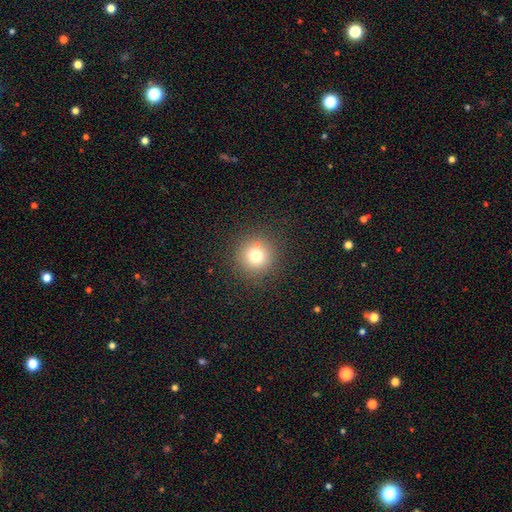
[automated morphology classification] A smooth galaxy with no disk features (74%) that is round (94%).

Vote fractions:
- Smooth or featured? smooth: 74% / star or artifact: 16% / featured or disk: 10%
- How rounded? round: 94% / in between: 5% / cigar-shaped: 1%
- Merging? none: 85% / minor disturbance: 8% / merger: 3% / major disturbance: 3%